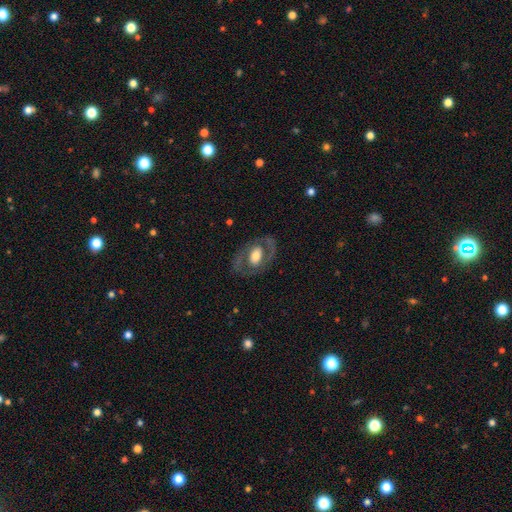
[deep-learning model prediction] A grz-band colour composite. It shows a featured or disk galaxy (58%) with no bar (65%), no spiral arms (62%) and a moderate central bulge (46%). Merging: none (74%).